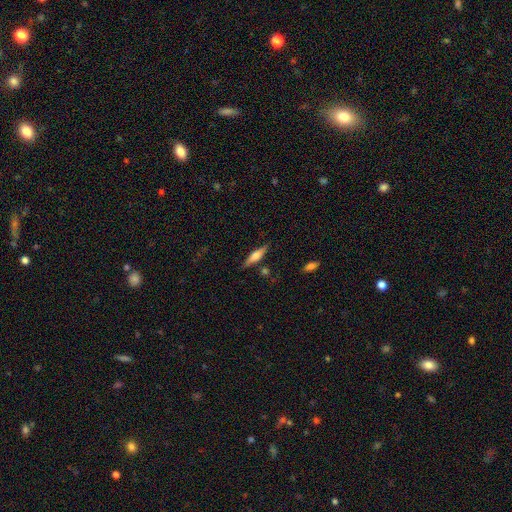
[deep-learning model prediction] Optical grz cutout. It shows a smooth galaxy with no disk features (51%) that is cigar-shaped (72%). Merging: none (82%).